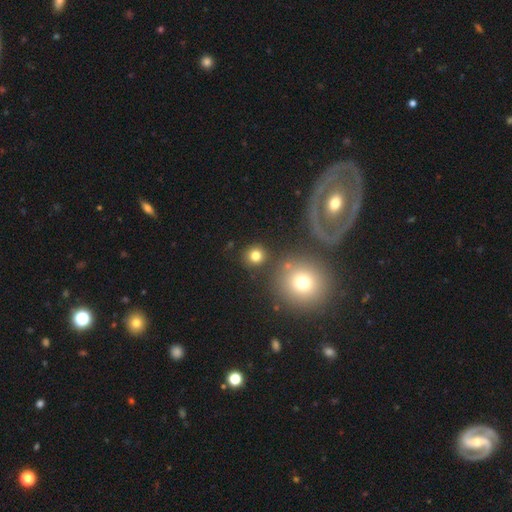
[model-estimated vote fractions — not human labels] Morphology: type=smooth (79%); roundness=round (90%); merging=none (83%).